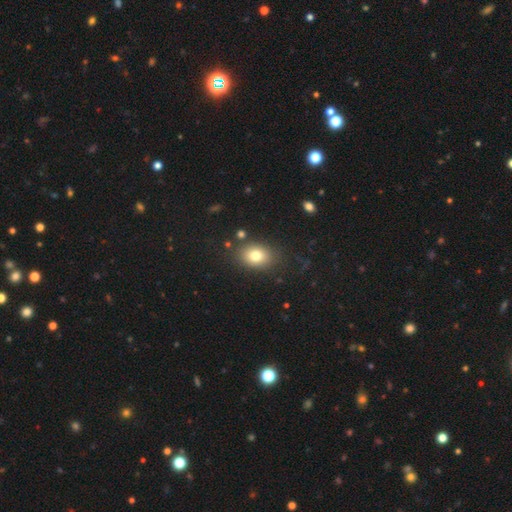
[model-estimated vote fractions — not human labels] Smooth or featured?
  - smooth: 79% *
  - featured or disk: 11%
  - star or artifact: 10%
How rounded?
  - in between: 68% *
  - round: 31%
  - cigar-shaped: 1%
Merging?
  - none: 81% *
  - minor disturbance: 11%
  - major disturbance: 4%
  - merger: 3%